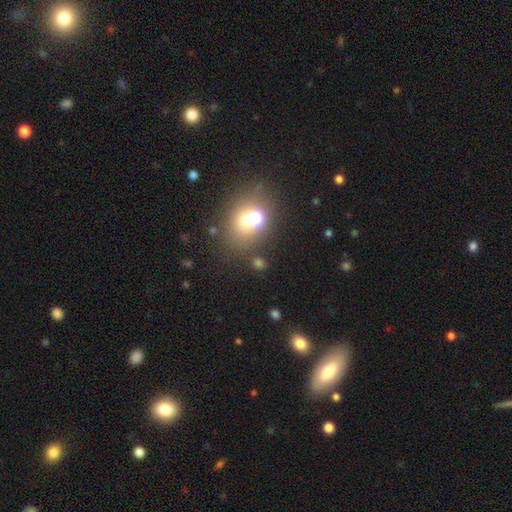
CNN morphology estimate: A smooth galaxy with no disk features (56%) that is in between round and cigar-shaped (50%).

Vote fractions:
- Smooth or featured? smooth: 56% / star or artifact: 25% / featured or disk: 19%
- How rounded? in between: 50% / round: 48% / cigar-shaped: 3%
- Merging? none: 52% / merger: 31% / minor disturbance: 11% / major disturbance: 6%